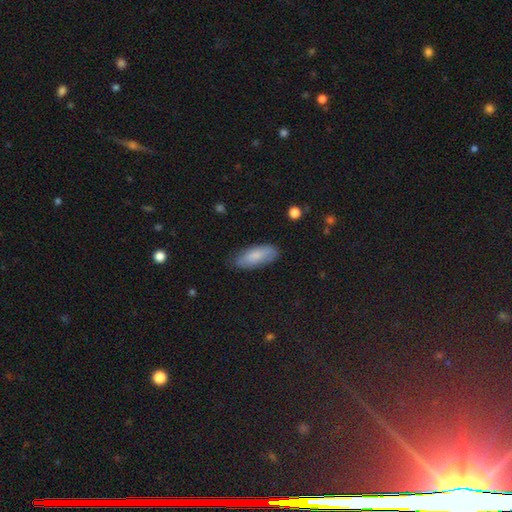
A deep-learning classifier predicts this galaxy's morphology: The model was most divided on "how rounded": in between: 75%, cigar-shaped: 23%, round: 2%. More confident: smooth or featured — smooth (79%); merging — none (78%).